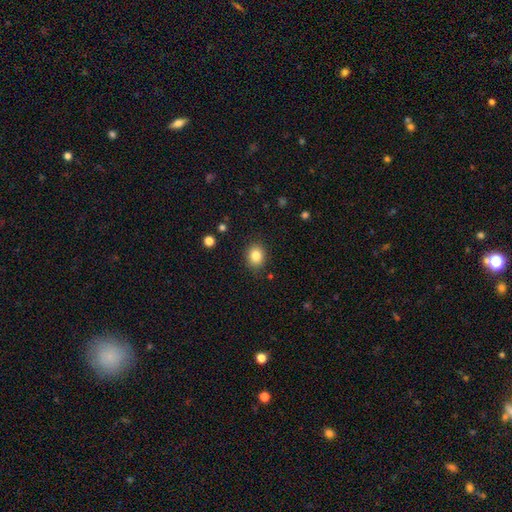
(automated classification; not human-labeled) smooth 83%, star or artifact 10%, featured or disk 7%. Down the decision tree: how rounded — round (59%); merging — none (87%).